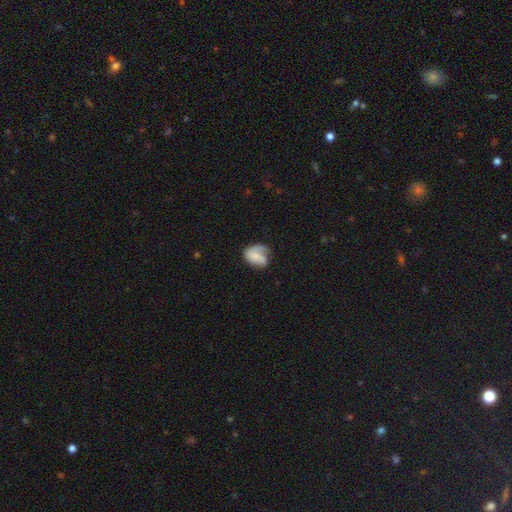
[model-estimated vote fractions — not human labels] Smooth or featured?
  - featured or disk: 55% *
  - smooth: 37%
  - star or artifact: 7%
Edge-on disk?
  - no: 98% *
  - yes: 2%
Bar?
  - no: 70% *
  - weak: 25%
  - strong: 5%
Spiral arms?
  - yes: 84% *
  - no: 16%
Bulge size?
  - small: 52% *
  - none: 23%
  - moderate: 21%
  - large: 3%
  - dominant: 2%
Merging?
  - none: 43% *
  - minor disturbance: 28%
  - major disturbance: 26%
  - merger: 3%